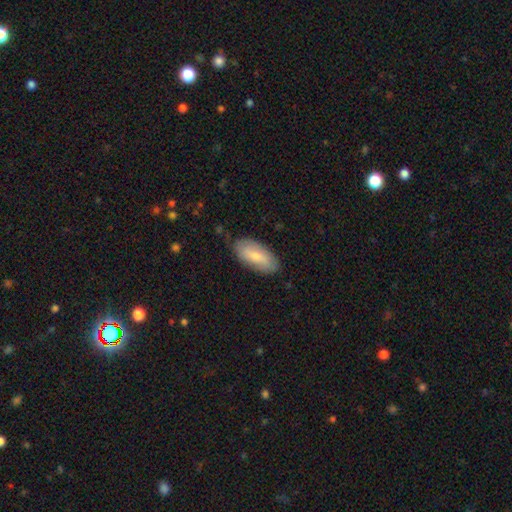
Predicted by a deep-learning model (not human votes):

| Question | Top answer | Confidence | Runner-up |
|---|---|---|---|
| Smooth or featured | smooth | 72% | featured or disk (23%) |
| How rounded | in between | 89% | cigar-shaped (9%) |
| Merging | none | 81% | minor disturbance (15%) |